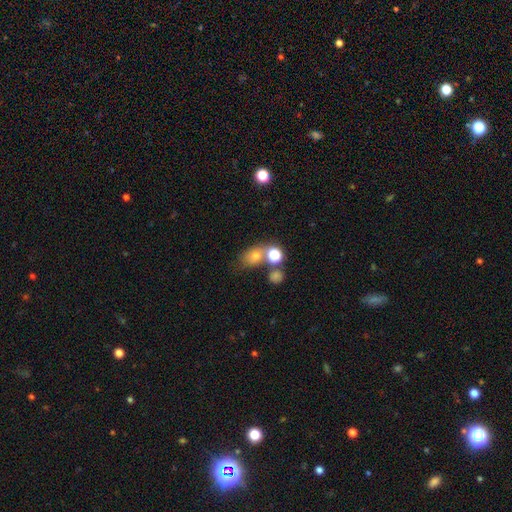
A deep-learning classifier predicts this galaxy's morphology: smooth_or_featured: smooth (p=0.68) [alt: star or artifact p=0.18]
how_rounded: in between (p=0.55) [alt: round p=0.43]
merging: none (p=0.51) [alt: merger p=0.29]